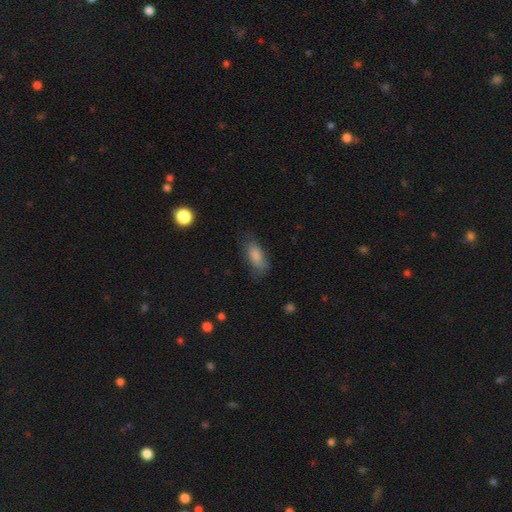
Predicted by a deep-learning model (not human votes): smooth-or-featured: smooth: 83% | featured or disk: 9% | star or artifact: 7%
  how-rounded: in between: 82% | cigar-shaped: 16% | round: 3%
  merging: none: 66% | minor disturbance: 24% | major disturbance: 9% | merger: 2%